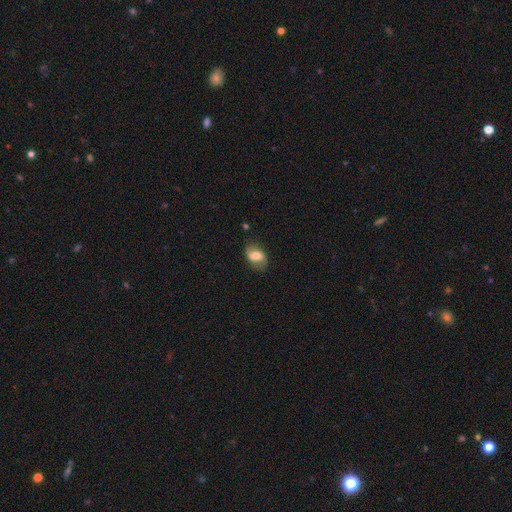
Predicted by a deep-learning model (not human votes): smooth-or-featured: smooth: 49% | featured or disk: 42% | star or artifact: 8%
  merging: none: 71% | minor disturbance: 19% | major disturbance: 7% | merger: 2%